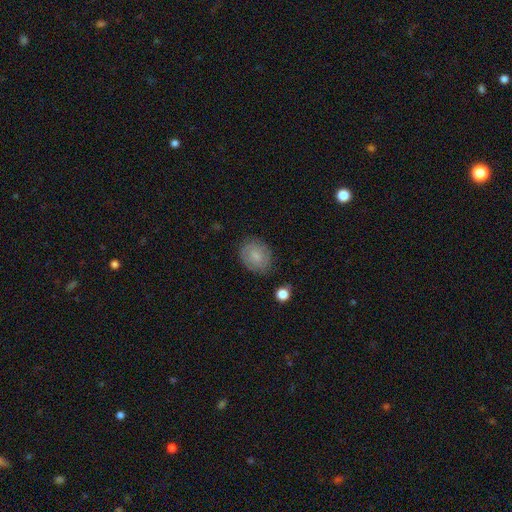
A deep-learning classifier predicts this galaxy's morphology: The model was most divided on "smooth or featured": smooth: 46%, featured or disk: 45%, star or artifact: 9%. More confident: merging — none (81%).